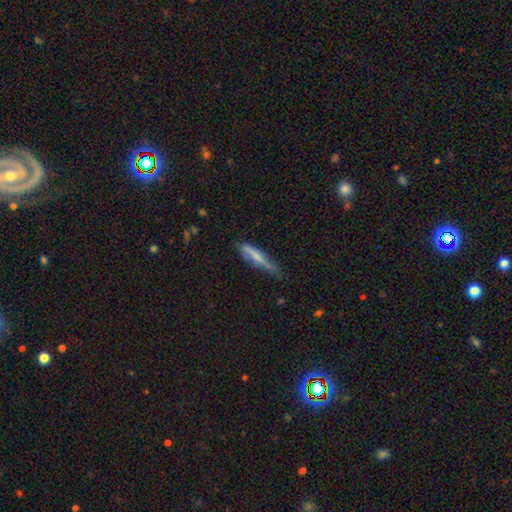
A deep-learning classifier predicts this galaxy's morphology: This is possibly a smooth galaxy (56%). How rounded: clearly cigar-shaped (87%). Merging: possibly none (50%).